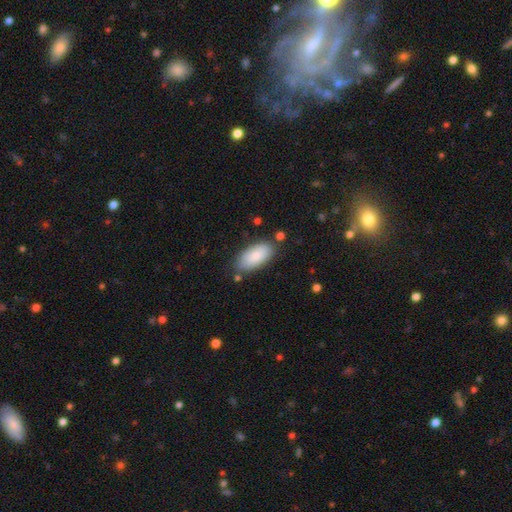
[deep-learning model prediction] Morphology: type=smooth (82%); roundness=in between (92%); merging=none (77%).